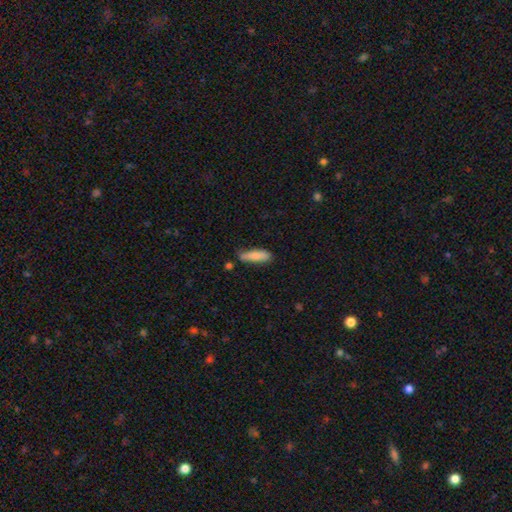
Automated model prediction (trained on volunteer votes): A smooth galaxy with no disk features (80%) that is cigar-shaped (60%).

Vote fractions:
- Smooth or featured? smooth: 80% / featured or disk: 14% / star or artifact: 6%
- How rounded? cigar-shaped: 60% / in between: 39% / round: 2%
- Merging? none: 70% / minor disturbance: 22% / merger: 4% / major disturbance: 4%